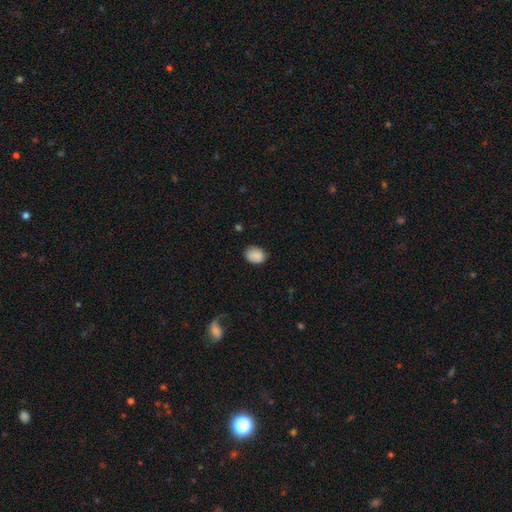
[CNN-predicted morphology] Smooth or featured? smooth (88%)
How rounded? in between (65%)
Merging? none (77%)